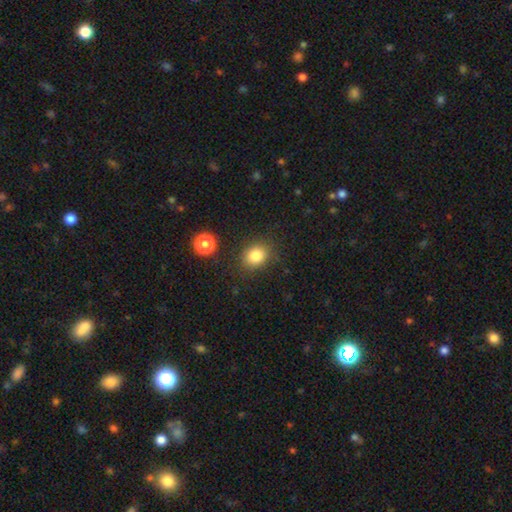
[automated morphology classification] This appears to be a smooth galaxy with no disk features (83%) that is round (56%). Merging: none (84%).